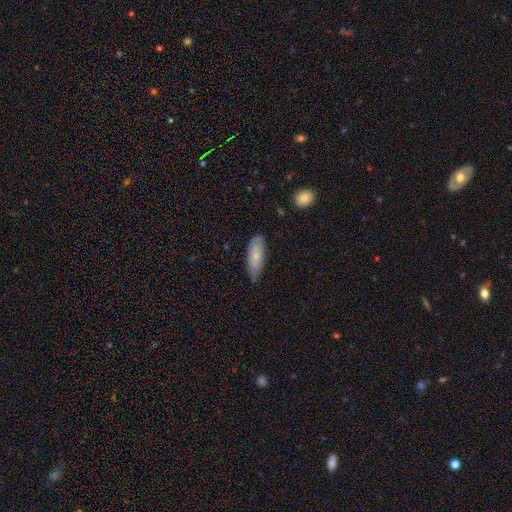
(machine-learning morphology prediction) Overall: smooth (73%). How rounded: in between (68%; cigar-shaped 30%). Merging: none (77%).